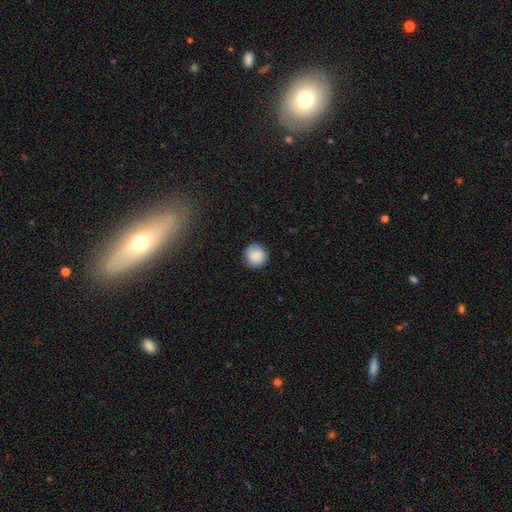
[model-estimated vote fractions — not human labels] Smooth or featured: smooth — 87% (star or artifact — 8%)
How rounded: round — 94% (in between — 5%)
Merging: none — 89% (minor disturbance — 8%)